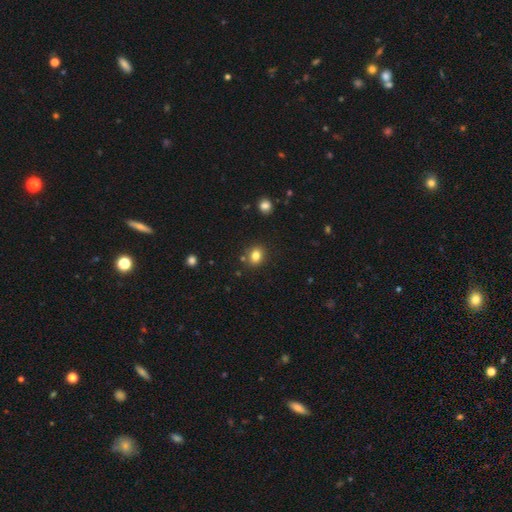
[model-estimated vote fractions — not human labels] Morphology: type=smooth (82%); roundness=round (55%); merging=none (82%).